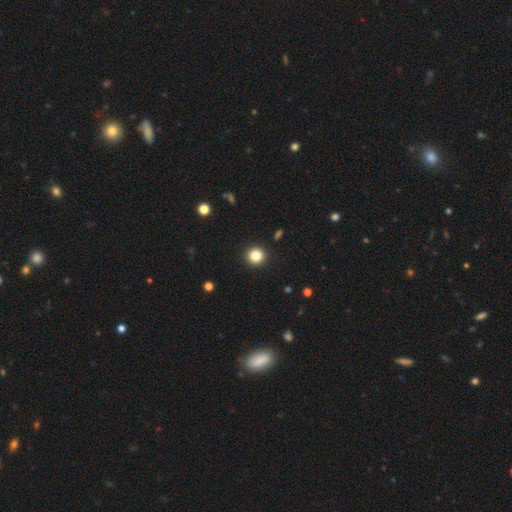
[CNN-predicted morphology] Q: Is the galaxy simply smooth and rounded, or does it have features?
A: smooth — 84%.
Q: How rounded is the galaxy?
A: round — 93%.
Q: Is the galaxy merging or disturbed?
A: none — 93%.